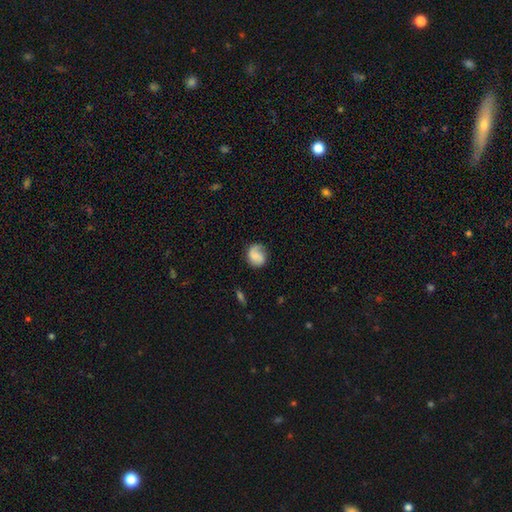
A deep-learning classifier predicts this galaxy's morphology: smooth_or_featured: smooth (p=0.55) [alt: featured or disk p=0.37]
how_rounded: round (p=0.68) [alt: in between p=0.31]
merging: none (p=0.61) [alt: minor disturbance p=0.24]